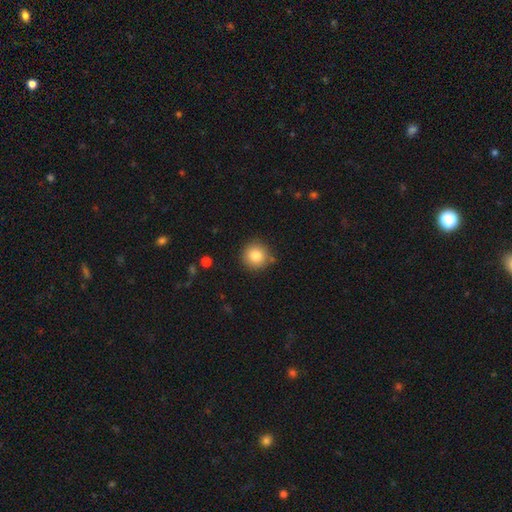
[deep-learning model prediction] Overall: smooth (82%). How rounded: round (95%). Merging: none (86%).